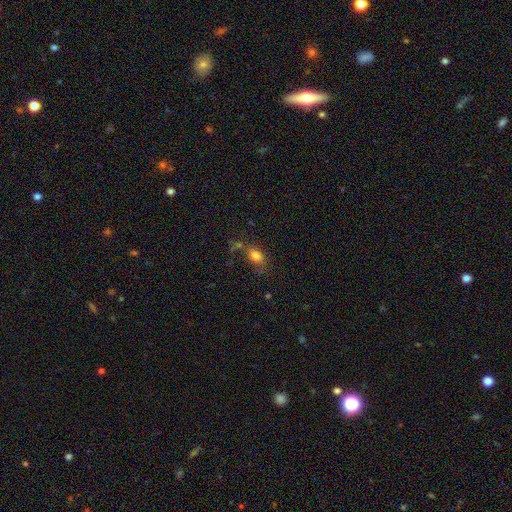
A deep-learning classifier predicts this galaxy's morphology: This appears to be a smooth galaxy with no disk features (78%) that is in between round and cigar-shaped (75%). Merging: none (56%).